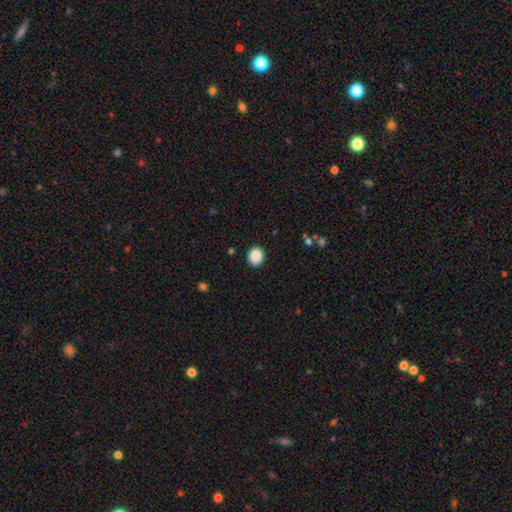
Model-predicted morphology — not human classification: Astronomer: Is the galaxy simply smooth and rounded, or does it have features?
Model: smooth — 89%.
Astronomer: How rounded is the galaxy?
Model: round — 80%.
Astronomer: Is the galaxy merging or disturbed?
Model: none — 90%.